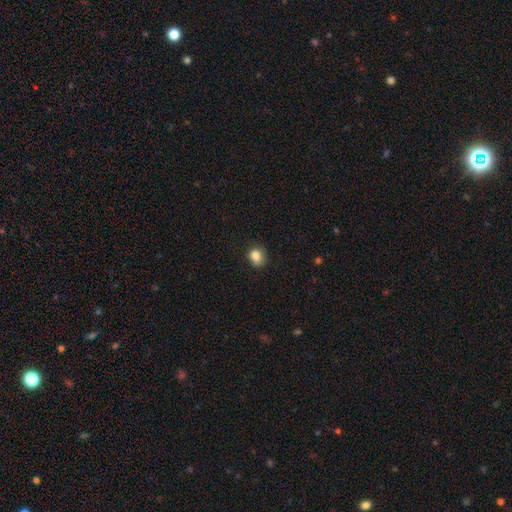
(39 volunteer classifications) Smooth or featured? 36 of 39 (92%) said smooth. How rounded? 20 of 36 (56%) said round. Merging? 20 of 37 (54%) said none.